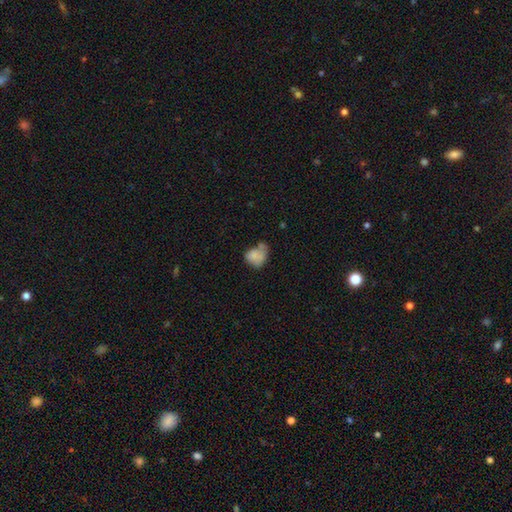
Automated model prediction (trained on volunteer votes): Morphology: type=smooth (73%); roundness=in between (53%); merging=none (29%).